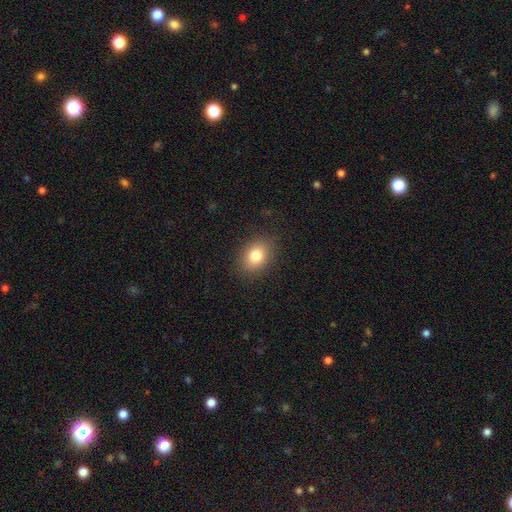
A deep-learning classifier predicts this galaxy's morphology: Smooth or featured: smooth — 80% (star or artifact — 11%)
How rounded: in between — 64% (round — 35%)
Merging: none — 87% (minor disturbance — 9%)